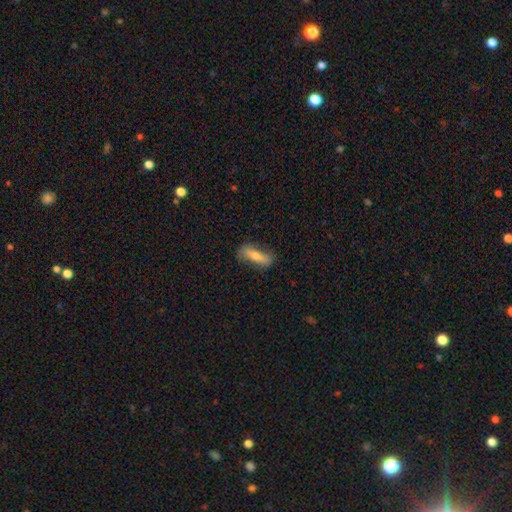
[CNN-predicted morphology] smooth_or_featured: smooth (p=0.57) [alt: featured or disk p=0.35]
how_rounded: in between (p=0.53) [alt: cigar-shaped p=0.44]
merging: none (p=0.77) [alt: minor disturbance p=0.17]